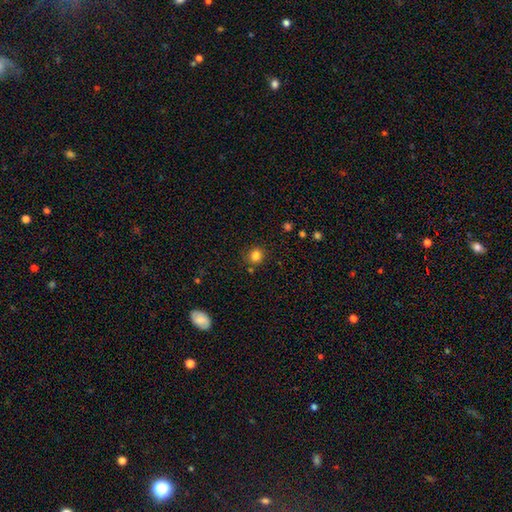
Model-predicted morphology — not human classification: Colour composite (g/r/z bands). It shows a smooth galaxy with no disk features (83%) that is round (85%). Merging: none (83%).